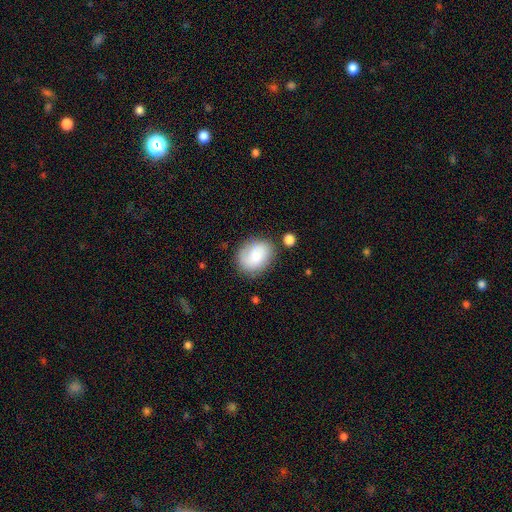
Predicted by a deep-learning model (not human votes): This appears to be a smooth galaxy with no disk features (65%) that is in between round and cigar-shaped (55%). Merging: none (72%).